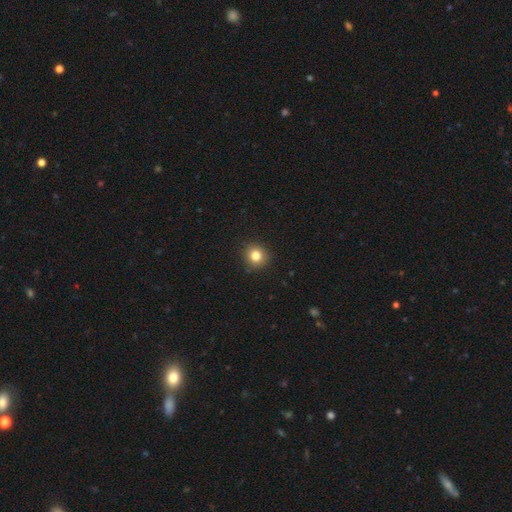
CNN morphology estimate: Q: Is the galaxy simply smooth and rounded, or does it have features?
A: smooth — 82%.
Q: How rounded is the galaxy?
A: round — 91%.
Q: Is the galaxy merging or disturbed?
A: none — 91%.